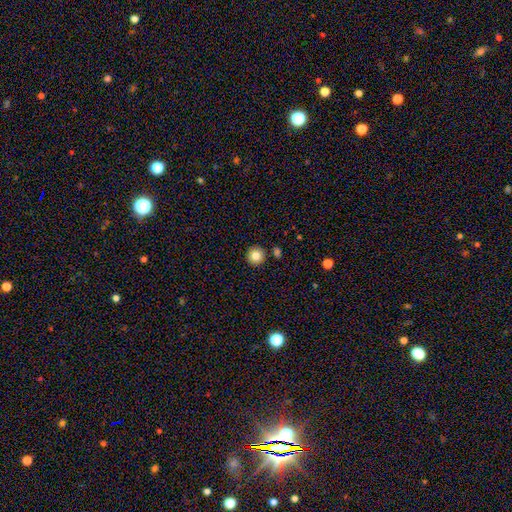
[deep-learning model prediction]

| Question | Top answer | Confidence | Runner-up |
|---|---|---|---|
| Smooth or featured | smooth | 83% | star or artifact (10%) |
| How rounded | round | 95% | in between (4%) |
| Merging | none | 89% | minor disturbance (6%) |